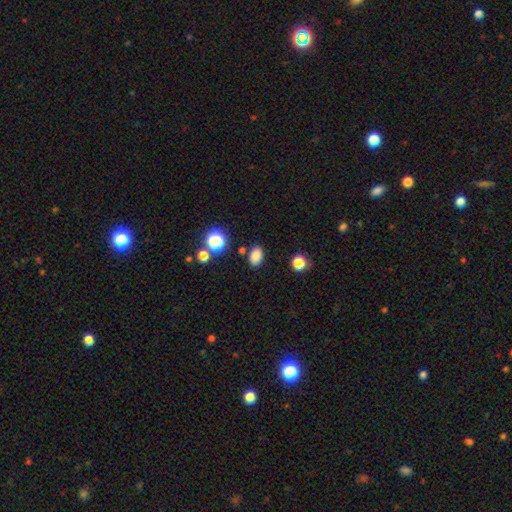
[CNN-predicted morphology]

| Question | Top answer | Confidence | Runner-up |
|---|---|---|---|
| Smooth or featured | smooth | 83% | star or artifact (13%) |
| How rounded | in between | 83% | round (15%) |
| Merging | none | 84% | minor disturbance (10%) |